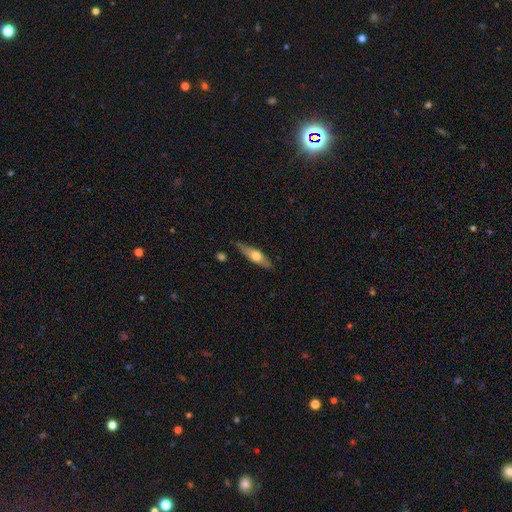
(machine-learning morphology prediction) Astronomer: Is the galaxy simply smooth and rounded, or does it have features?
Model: smooth — 47%, tied with featured or disk at 47%.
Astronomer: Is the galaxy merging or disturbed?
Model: none — 78%.